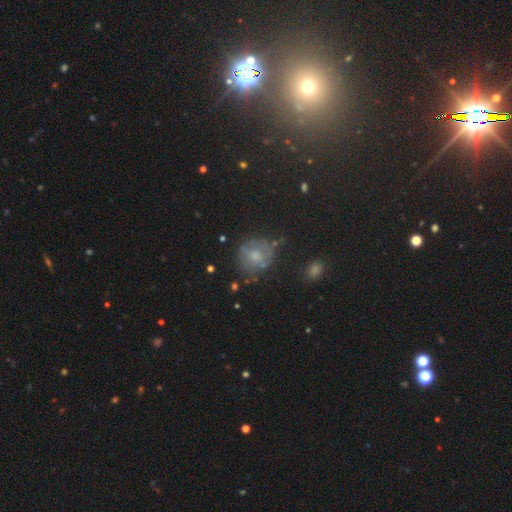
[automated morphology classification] Q: Smooth or featured?
A: smooth (47%); runner-up: featured or disk (35%)
Q: Merging?
A: none (63%); runner-up: minor disturbance (22%)